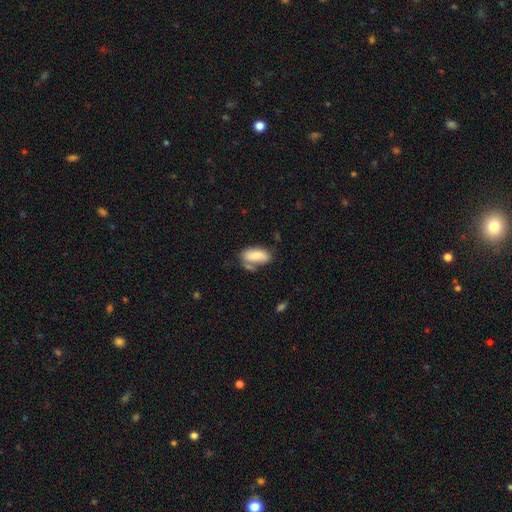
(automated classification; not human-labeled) Overall: smooth (81%). How rounded: in between (89%). Merging: none (50%; minor disturbance 25%).